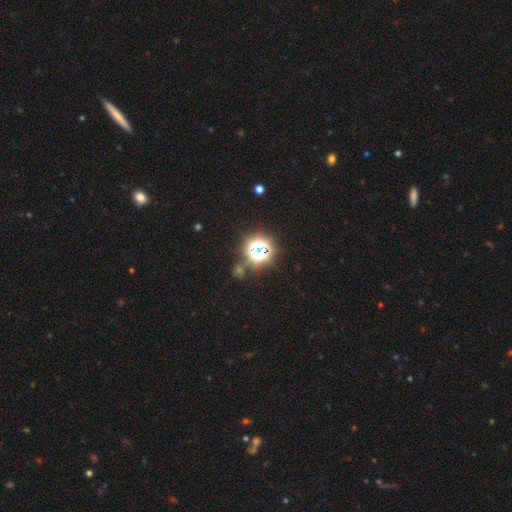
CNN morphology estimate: Smooth or featured? Predicted: star or artifact (p=0.77).